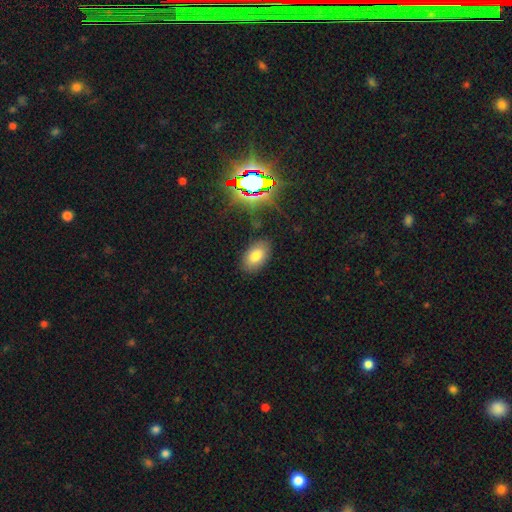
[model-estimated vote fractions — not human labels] A smooth galaxy with no disk features (75%) that is in between round and cigar-shaped (90%).

Vote fractions:
- Smooth or featured? smooth: 75% / star or artifact: 15% / featured or disk: 10%
- How rounded? in between: 90% / round: 9% / cigar-shaped: 1%
- Merging? none: 84% / minor disturbance: 11% / major disturbance: 3% / merger: 2%